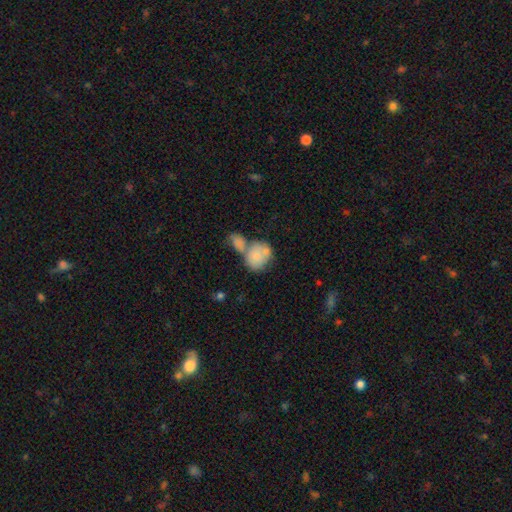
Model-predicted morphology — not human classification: smooth-or-featured: smooth: 73% | featured or disk: 20% | star or artifact: 7%
  how-rounded: round: 55% | in between: 44% | cigar-shaped: 1%
  merging: merger: 60% | none: 24% | minor disturbance: 11% | major disturbance: 6%